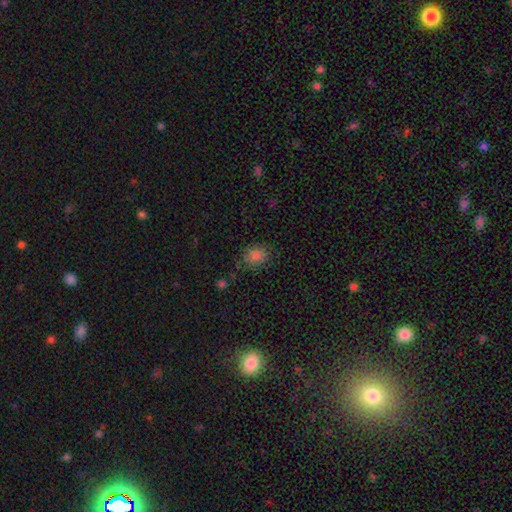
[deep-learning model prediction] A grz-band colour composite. It shows a smooth galaxy with no disk features (83%) that is round (52%). Merging: none (79%).